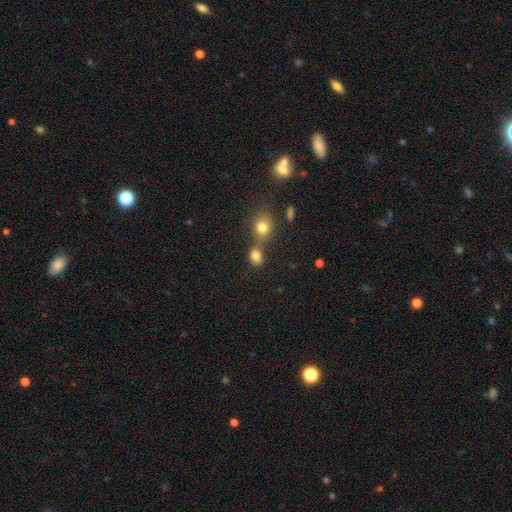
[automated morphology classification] This is likely a smooth galaxy (79%). How rounded: likely in between (63%). Merging: possibly merger (48%).